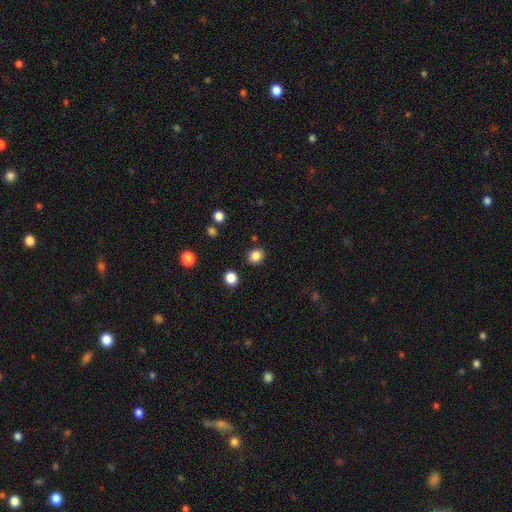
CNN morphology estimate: A smooth galaxy with no disk features (85%) that is round (73%).

Vote fractions:
- Smooth or featured? smooth: 85% / star or artifact: 11% / featured or disk: 4%
- How rounded? round: 73% / in between: 26% / cigar-shaped: 1%
- Merging? none: 87% / minor disturbance: 8% / merger: 3% / major disturbance: 3%